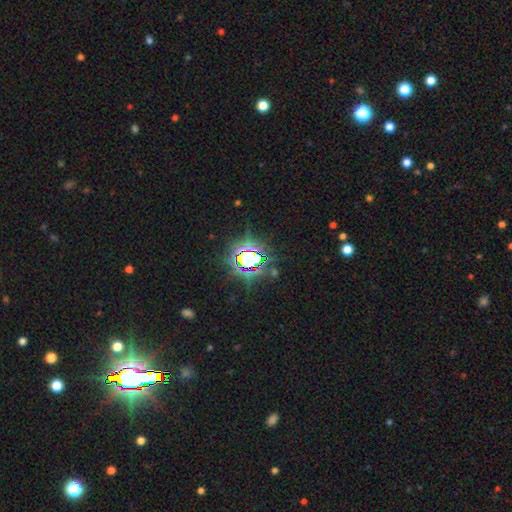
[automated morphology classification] Overall: star or artifact (80%).